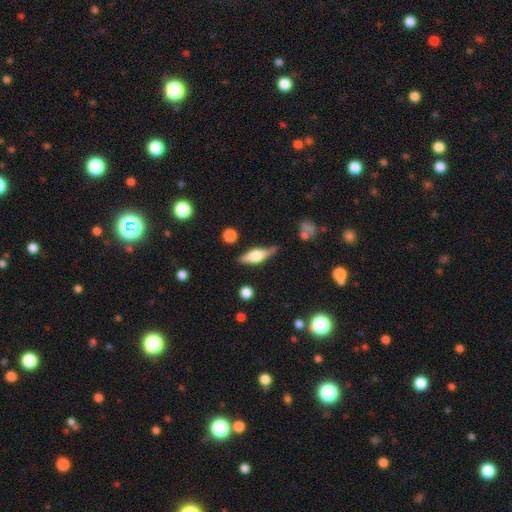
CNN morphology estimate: featured or disk 58%, smooth 35%, star or artifact 7%. Down the decision tree: edge-on disk — yes (93%); edge-on bulge — rounded (85%); merging — none (76%).